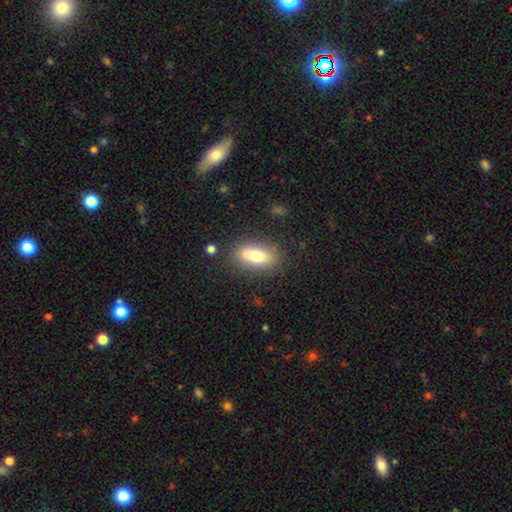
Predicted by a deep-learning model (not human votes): Smooth or featured? Predicted: smooth (p=0.70). How rounded? Predicted: in between (p=0.82). Merging? Predicted: none (p=0.82).